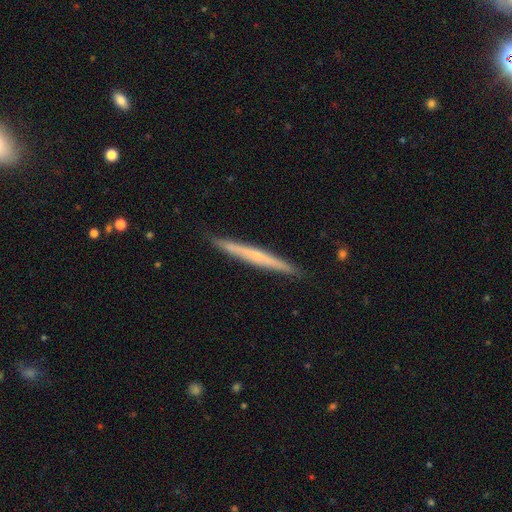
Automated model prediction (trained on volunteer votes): A featured or disk galaxy (56%) viewed edge-on (97%) with no central bulge (62%). Merging: none (91%).